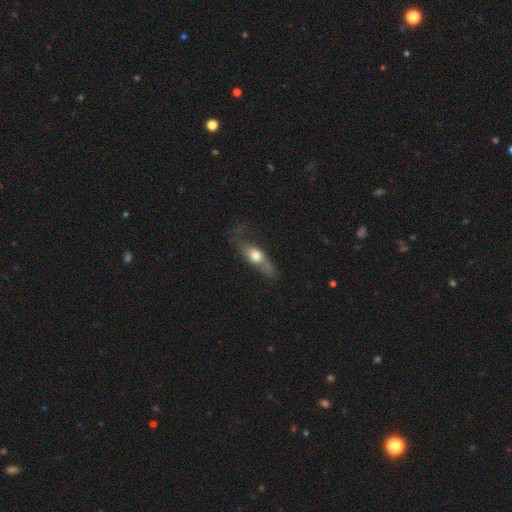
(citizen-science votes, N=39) smooth-or-featured: smooth: 67% | featured or disk: 33% | star or artifact: 0%
  how-rounded: in between: 50% | cigar-shaped: 38% | round: 12%
  merging: none: 41% | major disturbance: 36% | minor disturbance: 18% | merger: 5%